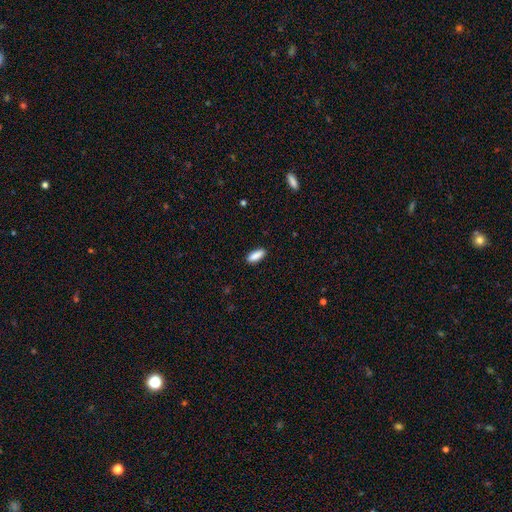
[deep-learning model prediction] Q: Smooth or featured?
A: smooth (89%); runner-up: star or artifact (7%)
Q: How rounded?
A: in between (74%); runner-up: cigar-shaped (24%)
Q: Merging?
A: none (88%); runner-up: minor disturbance (9%)